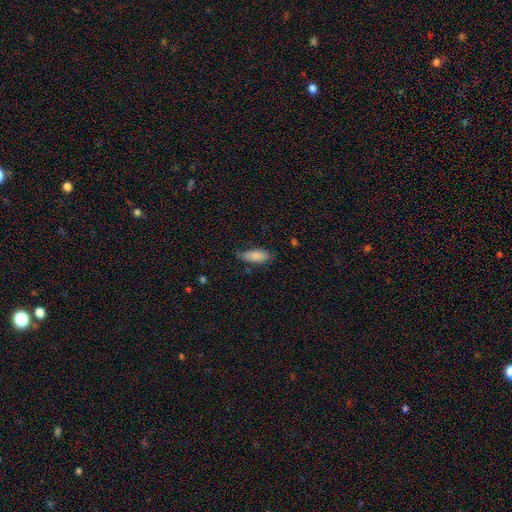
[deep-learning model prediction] Smooth or featured?
  - smooth: 81% *
  - featured or disk: 12%
  - star or artifact: 7%
How rounded?
  - in between: 87% *
  - cigar-shaped: 11%
  - round: 2%
Merging?
  - none: 61% *
  - minor disturbance: 30%
  - major disturbance: 7%
  - merger: 2%